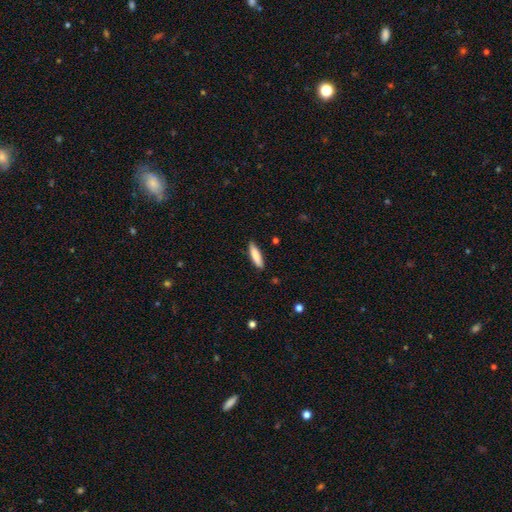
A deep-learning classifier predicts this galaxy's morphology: Smooth or featured? Predicted: smooth (p=0.84). How rounded? Predicted: cigar-shaped (p=0.69). Merging? Predicted: none (p=0.85).